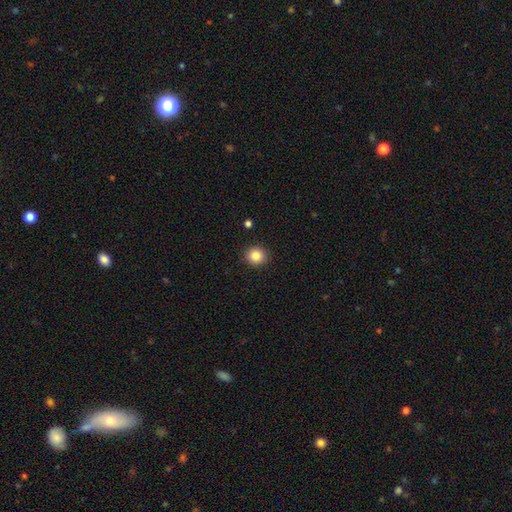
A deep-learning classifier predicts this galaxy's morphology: type=smooth (85%); roundness=round (87%); merging=none (91%).